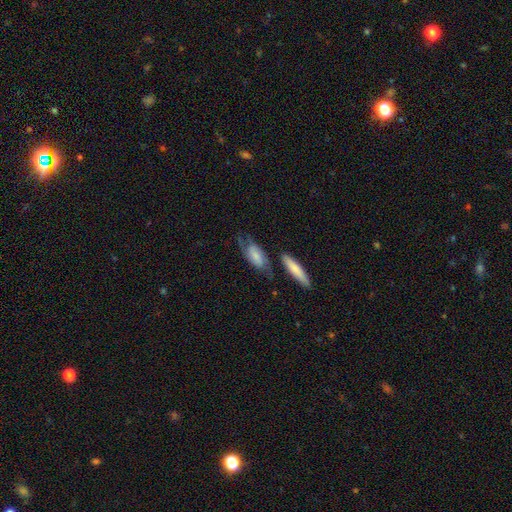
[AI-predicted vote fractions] Overall: smooth (48%; featured or disk 45%). Merging: none (52%; minor disturbance 23%).